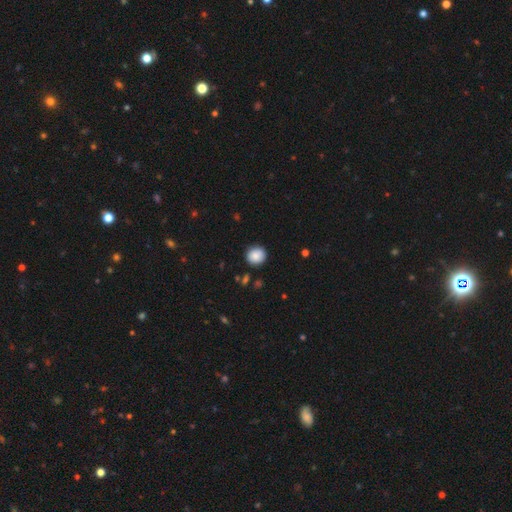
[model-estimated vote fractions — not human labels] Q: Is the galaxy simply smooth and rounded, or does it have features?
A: smooth — 86%.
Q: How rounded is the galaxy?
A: round — 90%.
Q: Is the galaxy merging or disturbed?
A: none — 87%.